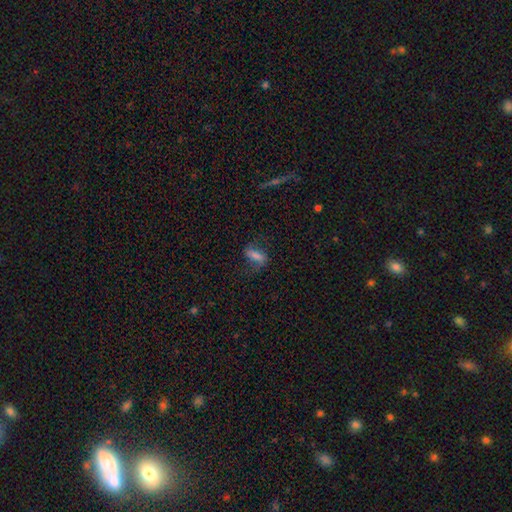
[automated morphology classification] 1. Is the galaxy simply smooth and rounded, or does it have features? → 55% smooth, 33% featured or disk, 12% star or artifact.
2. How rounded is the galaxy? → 64% in between, 30% cigar-shaped, 6% round.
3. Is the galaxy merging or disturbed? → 63% none, 20% minor disturbance, 15% major disturbance, 2% merger.